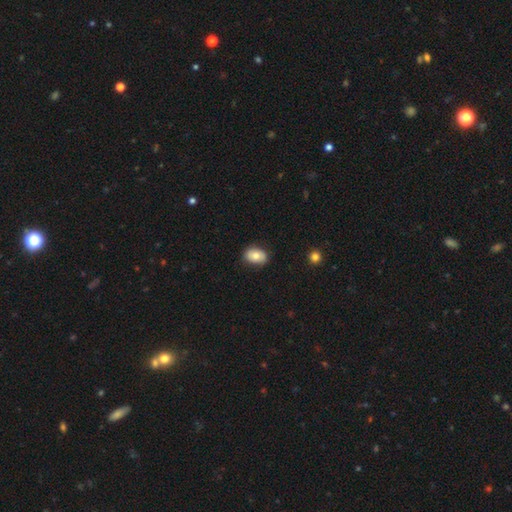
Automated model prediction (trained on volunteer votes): The model was most divided on "smooth or featured": smooth: 79%, featured or disk: 14%, star or artifact: 7%. More confident: how rounded — in between (82%); merging — none (82%).